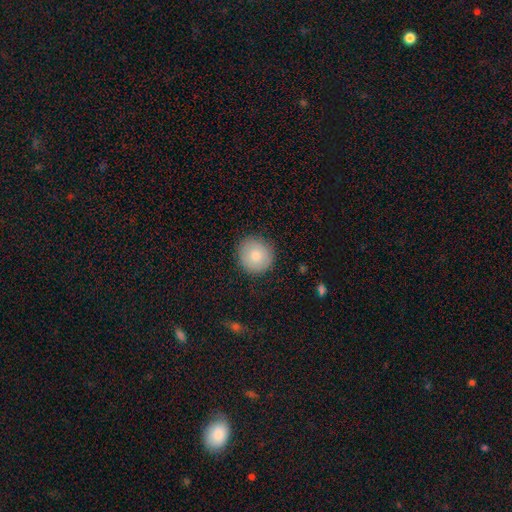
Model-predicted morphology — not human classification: type=smooth (78%); roundness=round (92%); merging=none (88%).